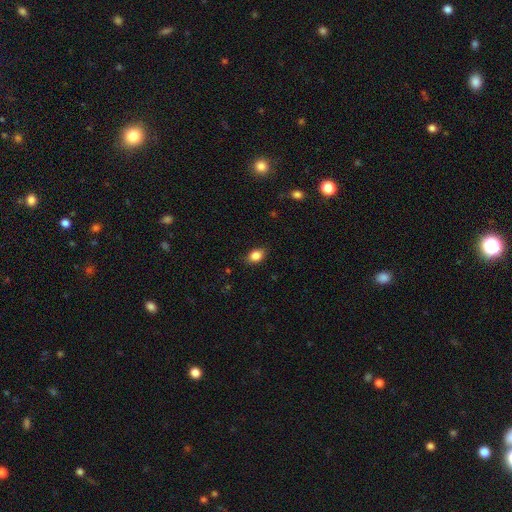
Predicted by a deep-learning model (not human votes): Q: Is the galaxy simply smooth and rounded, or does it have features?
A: smooth — 84%.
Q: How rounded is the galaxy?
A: in between — 76%.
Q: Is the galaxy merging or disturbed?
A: none — 82%.